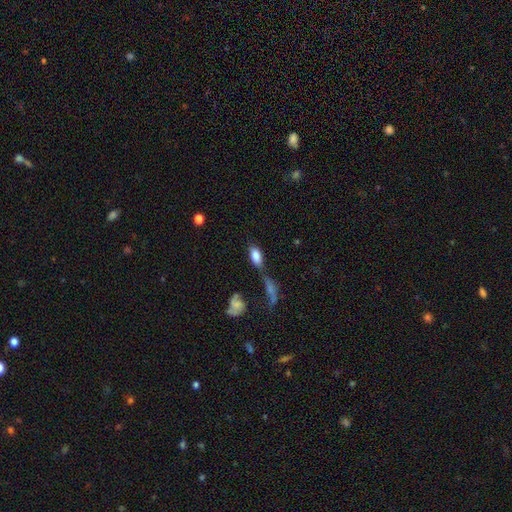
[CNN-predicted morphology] Smooth or featured? Predicted: smooth (p=0.81). How rounded? Predicted: in between (p=0.90). Merging? Predicted: none (p=0.48).